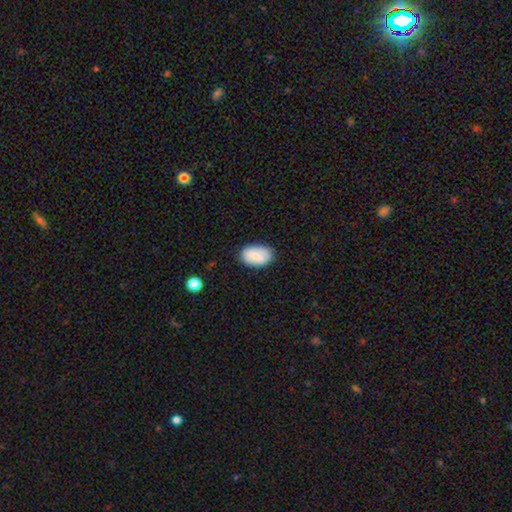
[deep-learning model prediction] smooth 85%, featured or disk 8%, star or artifact 7%. Down the decision tree: how rounded — in between (92%); merging — none (81%).